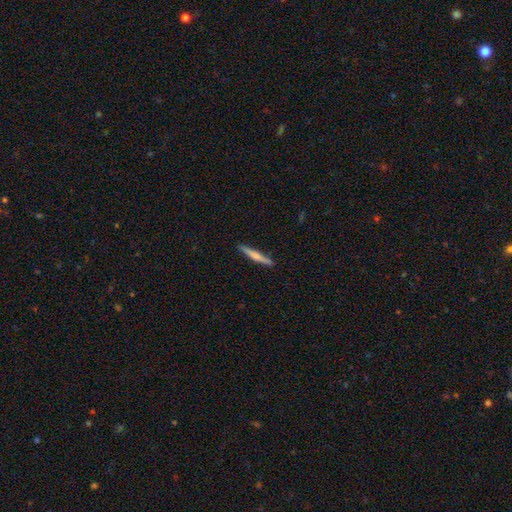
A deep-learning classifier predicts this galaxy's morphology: Smooth or featured? smooth (58%)
How rounded? cigar-shaped (95%)
Merging? none (90%)